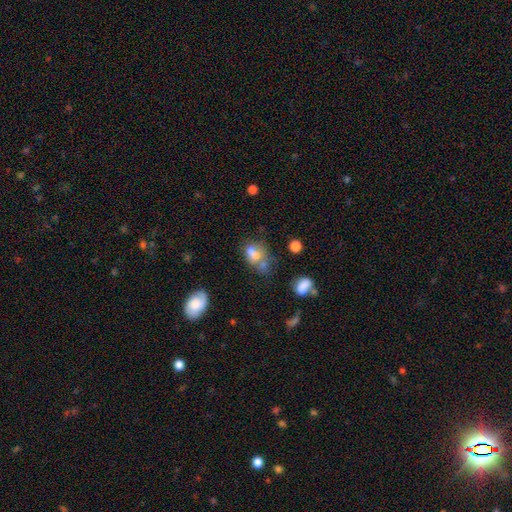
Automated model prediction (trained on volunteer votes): smooth-or-featured: smooth: 64% | featured or disk: 22% | star or artifact: 15%
  how-rounded: in between: 74% | round: 23% | cigar-shaped: 2%
  merging: merger: 36% | none: 32% | minor disturbance: 19% | major disturbance: 13%